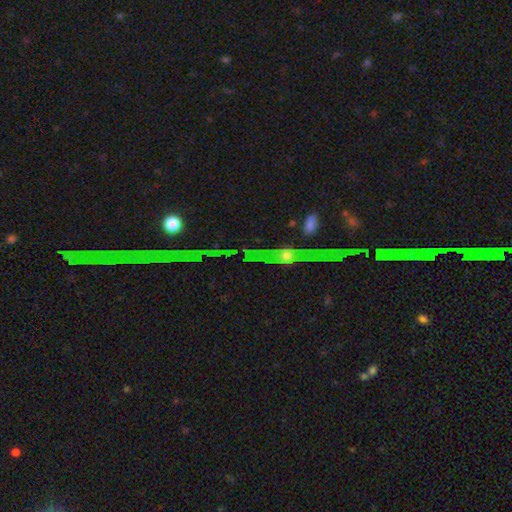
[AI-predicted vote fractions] smooth_or_featured: star or artifact (p=0.70) [alt: featured or disk p=0.20]